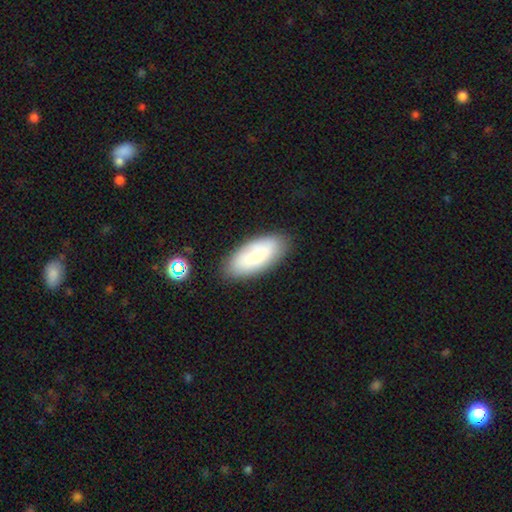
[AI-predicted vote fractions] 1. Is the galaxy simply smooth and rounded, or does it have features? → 76% smooth, 16% featured or disk, 8% star or artifact.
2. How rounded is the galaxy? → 89% in between, 9% cigar-shaped, 2% round.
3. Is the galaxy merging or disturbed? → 80% none, 13% minor disturbance, 3% major disturbance, 3% merger.